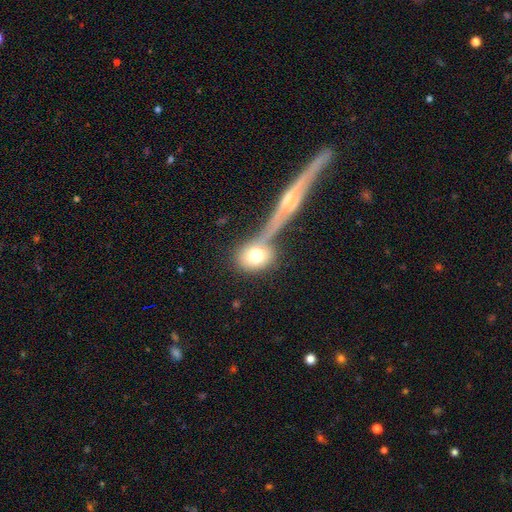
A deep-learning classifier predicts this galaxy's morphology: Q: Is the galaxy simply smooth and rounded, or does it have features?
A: smooth — 71%.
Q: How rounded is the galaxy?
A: round — 62%.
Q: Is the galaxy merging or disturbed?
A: none — 53%.